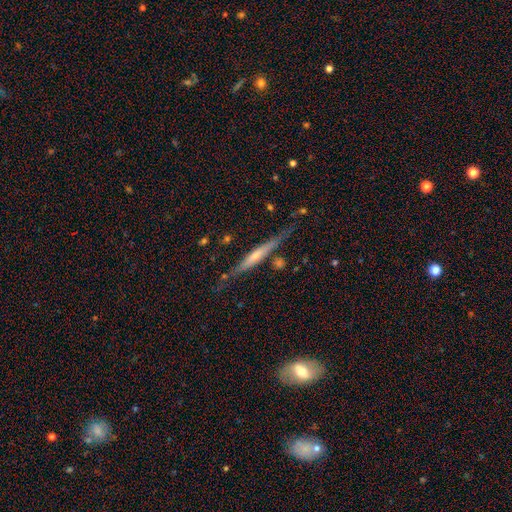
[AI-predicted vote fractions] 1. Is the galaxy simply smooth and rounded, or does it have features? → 69% featured or disk, 24% smooth, 6% star or artifact.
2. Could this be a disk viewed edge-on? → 95% yes, 5% no.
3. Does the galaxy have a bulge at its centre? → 57% rounded, 32% none, 11% boxy.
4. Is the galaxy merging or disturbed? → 77% none, 15% minor disturbance, 4% merger, 4% major disturbance.